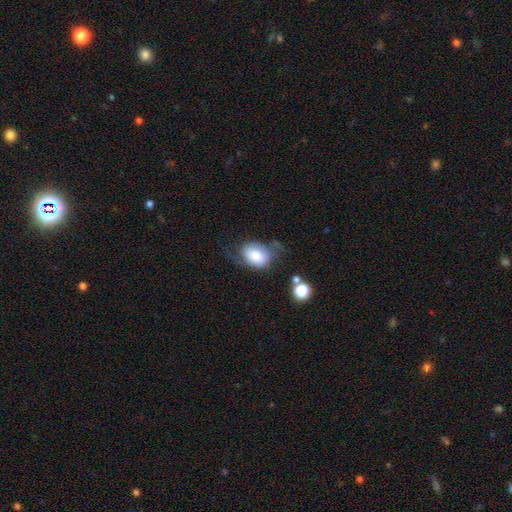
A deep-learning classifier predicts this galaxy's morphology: This appears to be a smooth galaxy with no disk features (63%) that is in between round and cigar-shaped (66%). Merging: none (39%).